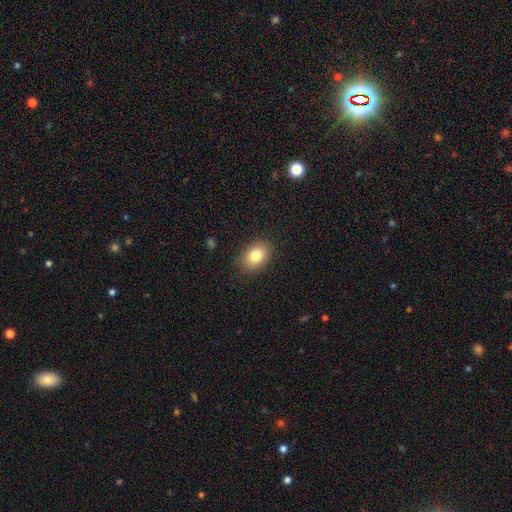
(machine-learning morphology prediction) smooth-or-featured: smooth: 82% | featured or disk: 10% | star or artifact: 9%
  how-rounded: in between: 80% | round: 19% | cigar-shaped: 1%
  merging: none: 86% | minor disturbance: 10% | major disturbance: 3% | merger: 1%